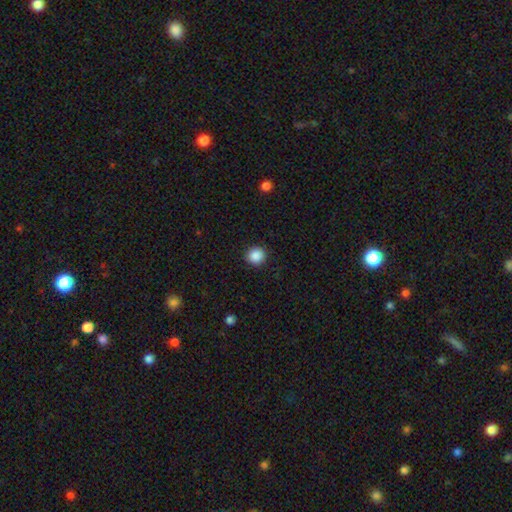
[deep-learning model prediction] This appears to be a smooth galaxy with no disk features (88%) that is round (91%). Merging: none (90%).